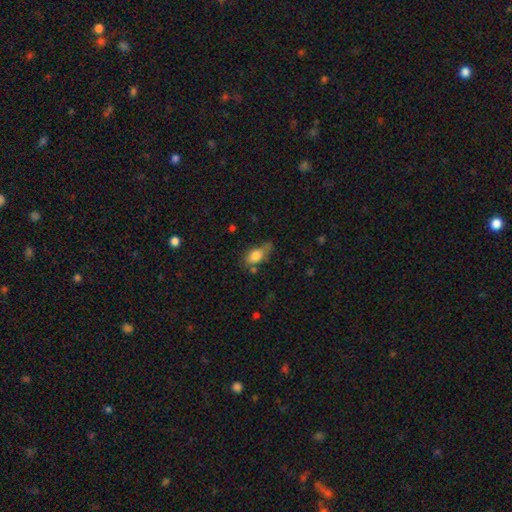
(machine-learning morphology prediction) This is likely a smooth galaxy (77%). How rounded: clearly in between (81%). Merging: marginally none (44%).